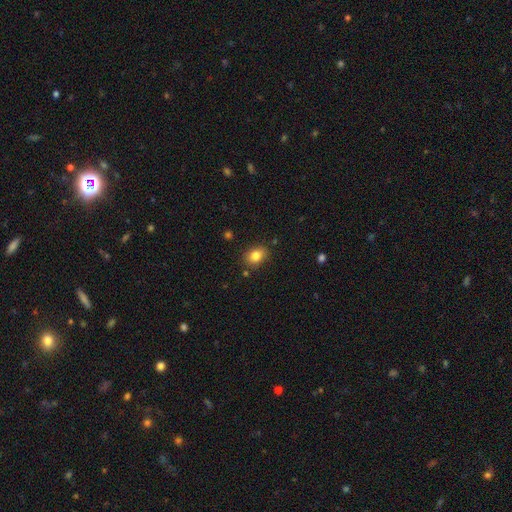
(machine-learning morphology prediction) type=smooth (82%); roundness=in between (61%); merging=none (83%).